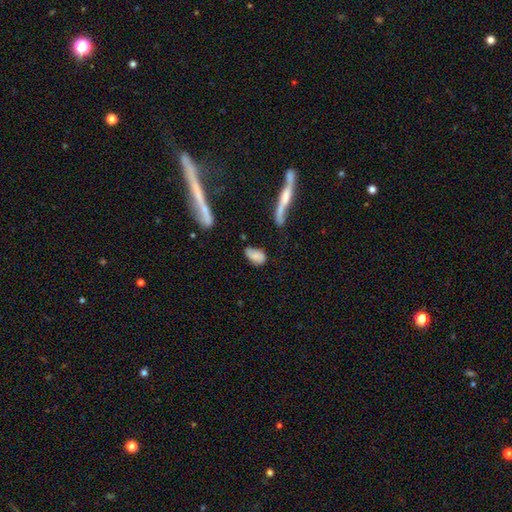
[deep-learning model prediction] smooth 73%, featured or disk 19%, star or artifact 9%. Down the decision tree: how rounded — in between (90%); merging — none (51%).